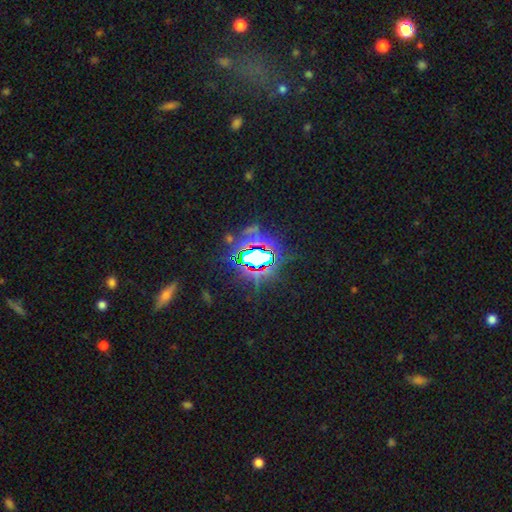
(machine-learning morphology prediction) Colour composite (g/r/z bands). It shows a star or artifact, not a galaxy (76%).